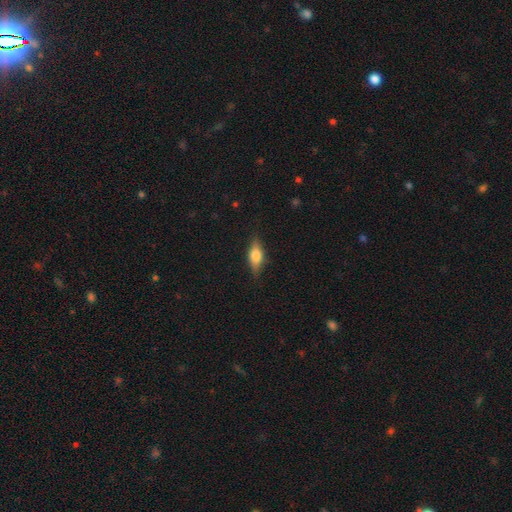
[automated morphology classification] Smooth or featured? smooth (60%)
How rounded? in between (70%)
Merging? none (82%)